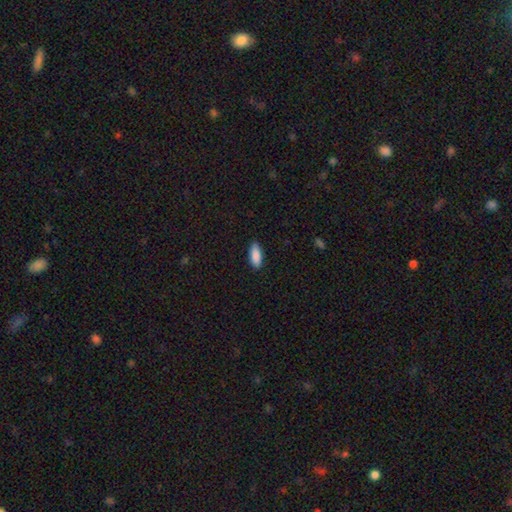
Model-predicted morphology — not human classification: This is clearly a smooth galaxy (90%). How rounded: likely in between (78%). Merging: clearly none (87%).